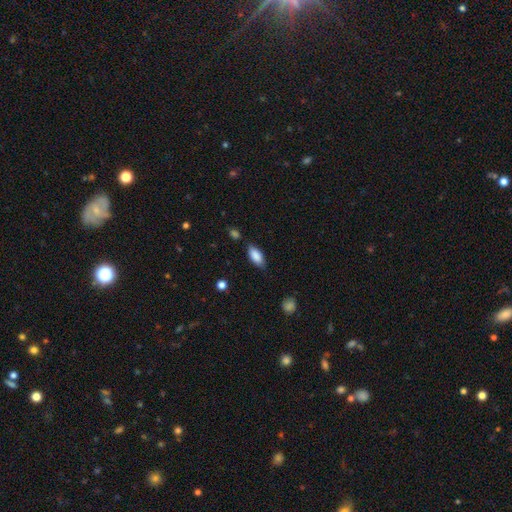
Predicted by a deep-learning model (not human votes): Smooth or featured? smooth (86%)
How rounded? in between (86%)
Merging? none (78%)